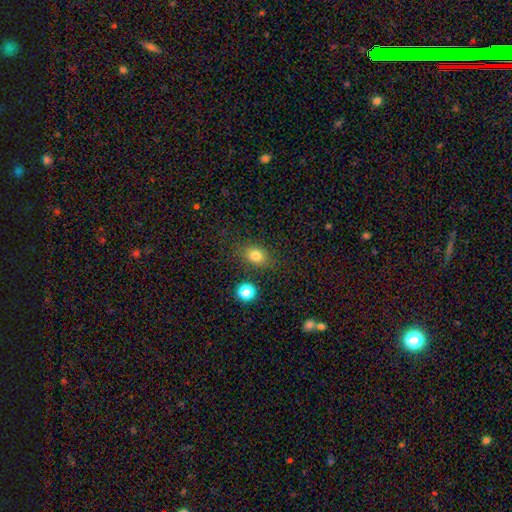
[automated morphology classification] type=smooth (80%); roundness=in between (63%); merging=none (81%).